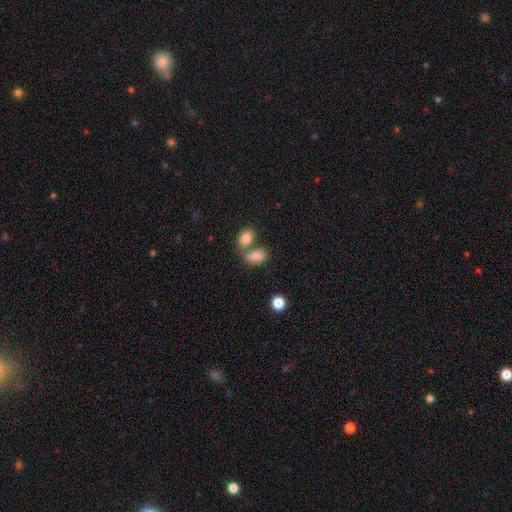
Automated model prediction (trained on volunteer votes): This appears to be a smooth galaxy with no disk features (84%) that is in between round and cigar-shaped (89%). Merging: merger (45%).